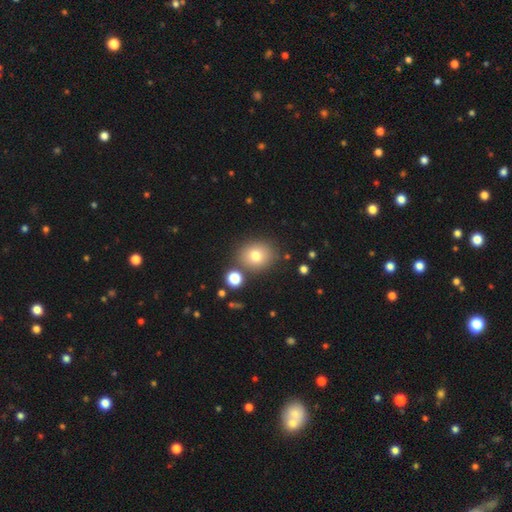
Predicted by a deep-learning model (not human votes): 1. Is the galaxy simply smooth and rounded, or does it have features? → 77% smooth, 12% star or artifact, 11% featured or disk.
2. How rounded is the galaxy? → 66% round, 33% in between, 1% cigar-shaped.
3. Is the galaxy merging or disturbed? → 78% none, 10% minor disturbance, 8% merger, 3% major disturbance.